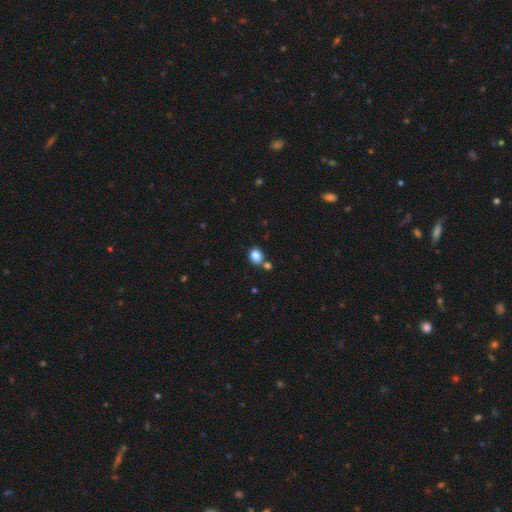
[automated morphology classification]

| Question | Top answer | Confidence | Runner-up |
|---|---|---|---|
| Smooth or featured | smooth | 85% | star or artifact (10%) |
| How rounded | round | 54% | in between (45%) |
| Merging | none | 70% | merger (17%) |